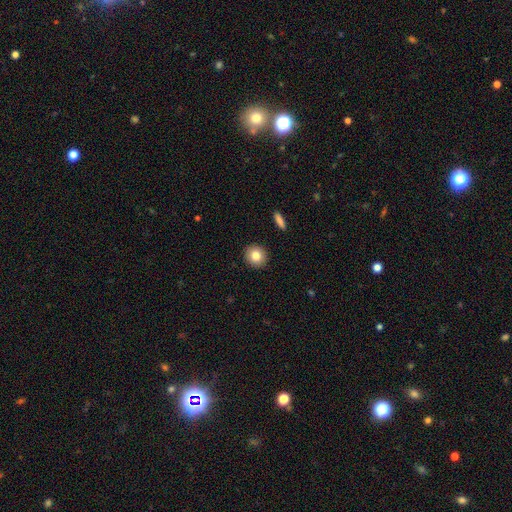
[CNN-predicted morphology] Smooth or featured? smooth (82%)
How rounded? round (89%)
Merging? none (92%)